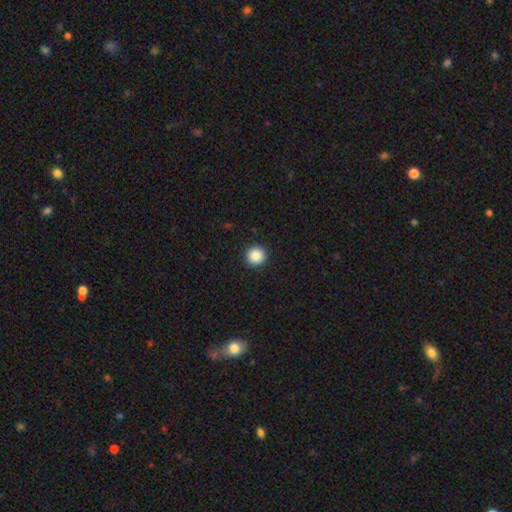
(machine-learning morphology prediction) A smooth galaxy with no disk features (88%) that is round (95%). Merging: none (93%).